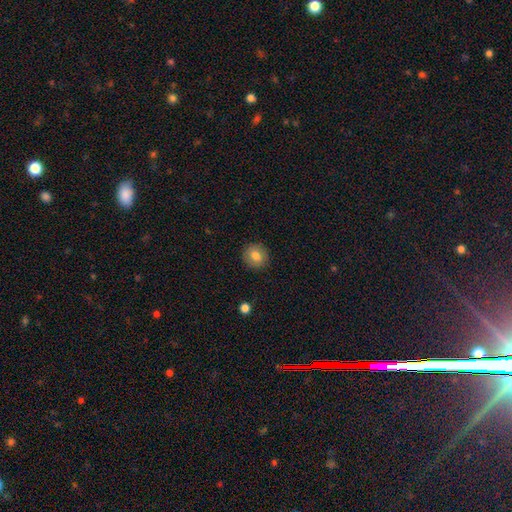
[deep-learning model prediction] A smooth galaxy with no disk features (80%) that is round (89%). Merging: none (90%).